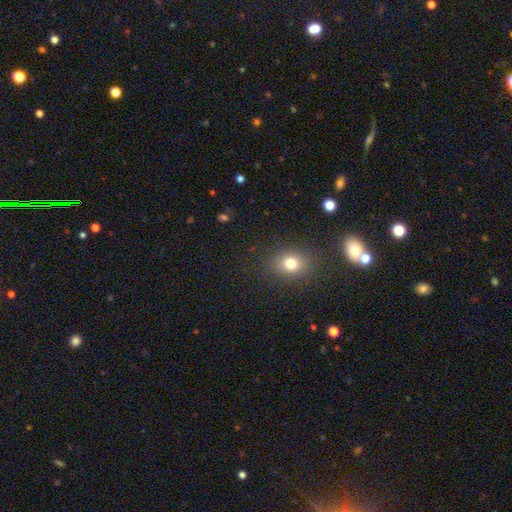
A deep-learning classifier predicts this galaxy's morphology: Q: Smooth or featured?
A: smooth (64%); runner-up: star or artifact (28%)
Q: How rounded?
A: round (56%); runner-up: in between (42%)
Q: Merging?
A: none (86%); runner-up: minor disturbance (8%)